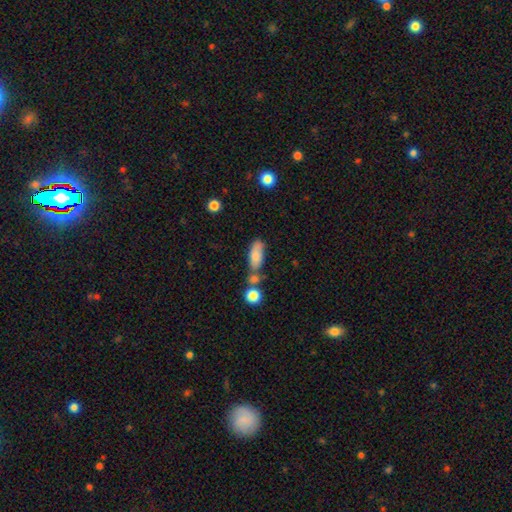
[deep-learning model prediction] Morphology: type=smooth (80%); roundness=in between (77%); merging=none (53%).